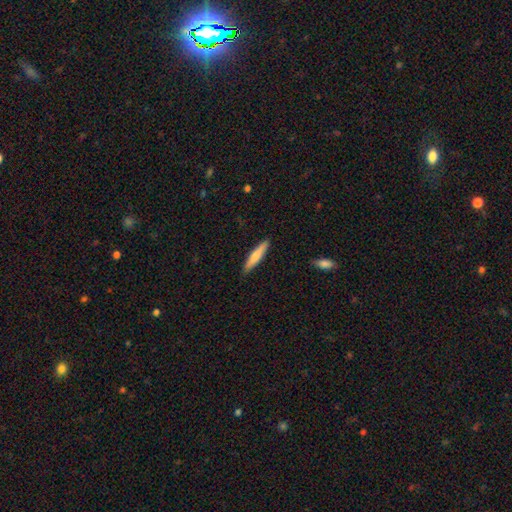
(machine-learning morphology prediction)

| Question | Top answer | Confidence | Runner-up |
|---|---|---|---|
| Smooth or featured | smooth | 68% | featured or disk (26%) |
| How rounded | cigar-shaped | 87% | in between (11%) |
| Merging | none | 89% | minor disturbance (8%) |